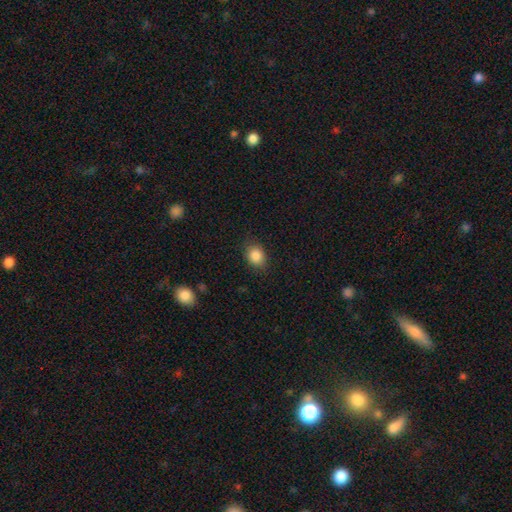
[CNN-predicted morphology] smooth-or-featured: smooth: 86% | star or artifact: 9% | featured or disk: 5%
  how-rounded: in between: 51% | round: 48% | cigar-shaped: 1%
  merging: none: 83% | minor disturbance: 13% | major disturbance: 3% | merger: 1%